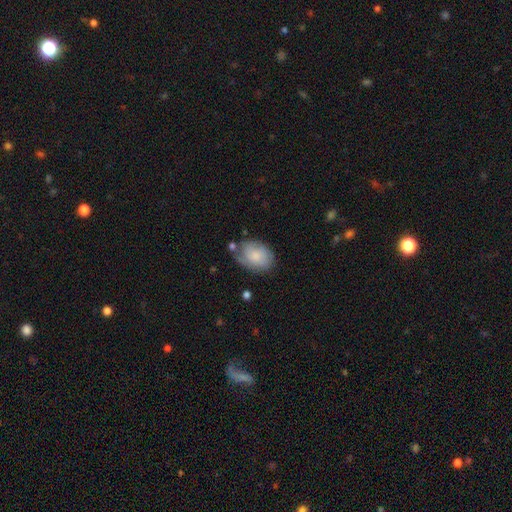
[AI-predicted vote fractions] Smooth or featured?
  - smooth: 75% *
  - featured or disk: 19%
  - star or artifact: 6%
How rounded?
  - in between: 78% *
  - round: 21%
  - cigar-shaped: 1%
Merging?
  - none: 55% *
  - minor disturbance: 30%
  - major disturbance: 9%
  - merger: 6%